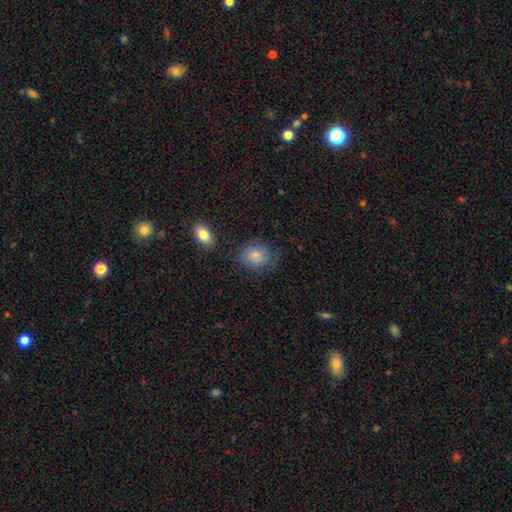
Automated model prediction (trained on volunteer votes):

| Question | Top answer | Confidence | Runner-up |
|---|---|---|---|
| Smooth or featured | smooth | 79% | featured or disk (13%) |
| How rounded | round | 67% | in between (32%) |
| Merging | none | 65% | minor disturbance (23%) |